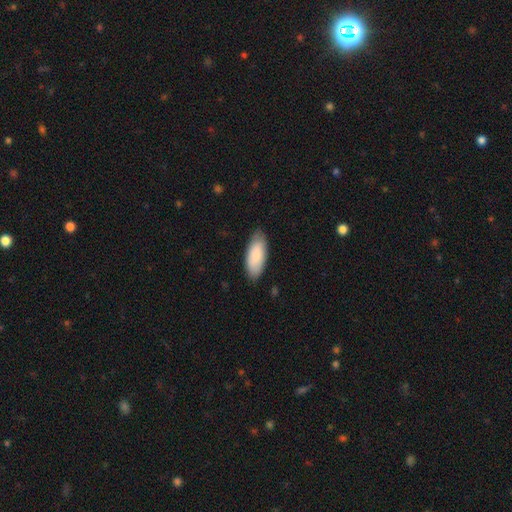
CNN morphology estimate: Smooth or featured? smooth (86%)
How rounded? in between (84%)
Merging? none (81%)